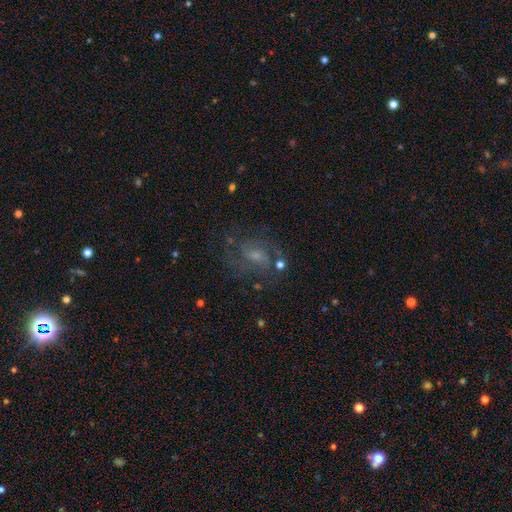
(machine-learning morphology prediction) smooth_or_featured: featured or disk (p=0.72) [alt: smooth p=0.15]
disk_edge_on: no (p=0.97) [alt: yes p=0.03]
bar: weak (p=0.52) [alt: no p=0.36]
has_spiral_arms: yes (p=0.90) [alt: no p=0.10]
spiral_winding: medium (p=0.52) [alt: tight p=0.30]
spiral_arm_count: 2 (p=0.55) [alt: can't tell p=0.22]
bulge_size: small (p=0.50) [alt: moderate p=0.34]
merging: none (p=0.67) [alt: minor disturbance p=0.17]